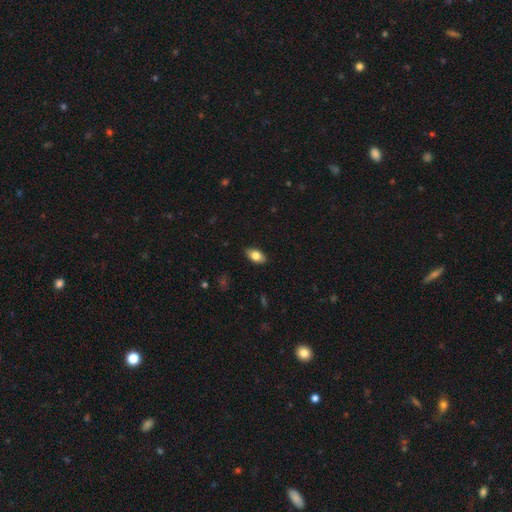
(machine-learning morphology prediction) Smooth or featured? Predicted: smooth (p=0.78). How rounded? Predicted: in between (p=0.91). Merging? Predicted: none (p=0.87).